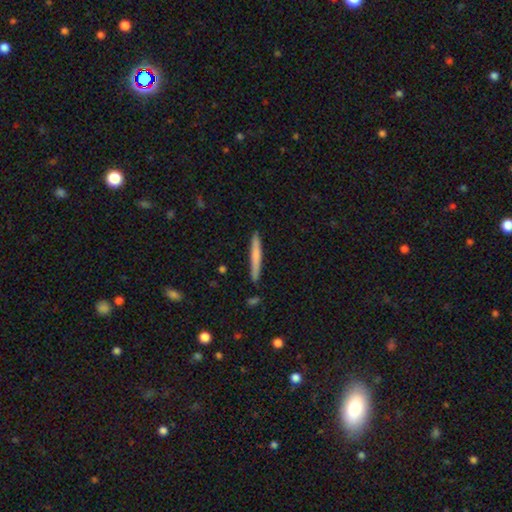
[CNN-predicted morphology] smooth_or_featured: smooth (p=0.68) [alt: featured or disk p=0.27]
how_rounded: cigar-shaped (p=0.96) [alt: in between p=0.03]
merging: none (p=0.88) [alt: minor disturbance p=0.09]